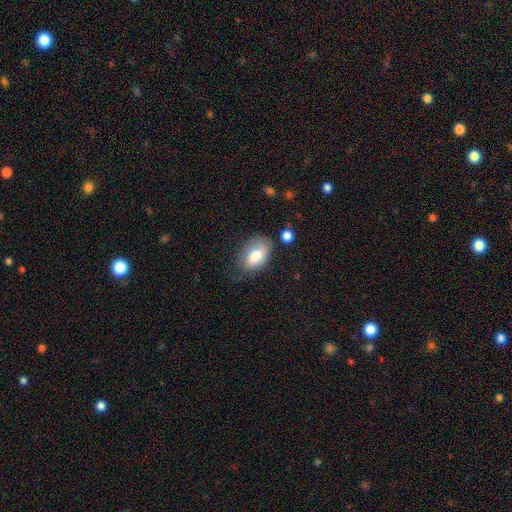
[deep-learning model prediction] This is clearly a smooth galaxy (80%). How rounded: clearly in between (91%). Merging: possibly none (58%).